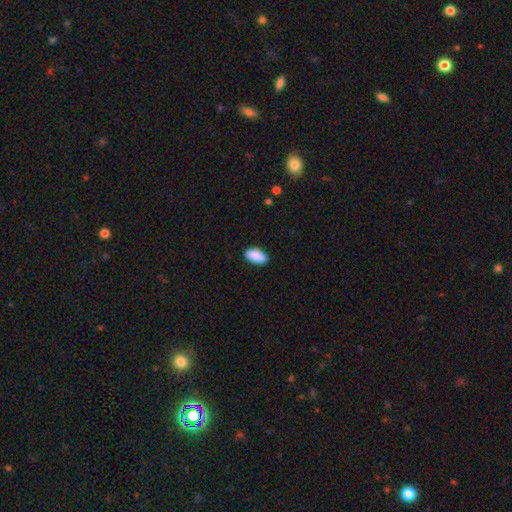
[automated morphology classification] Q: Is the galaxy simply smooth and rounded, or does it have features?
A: smooth — 89%.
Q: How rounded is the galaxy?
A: in between — 89%.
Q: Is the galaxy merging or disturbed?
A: none — 86%.